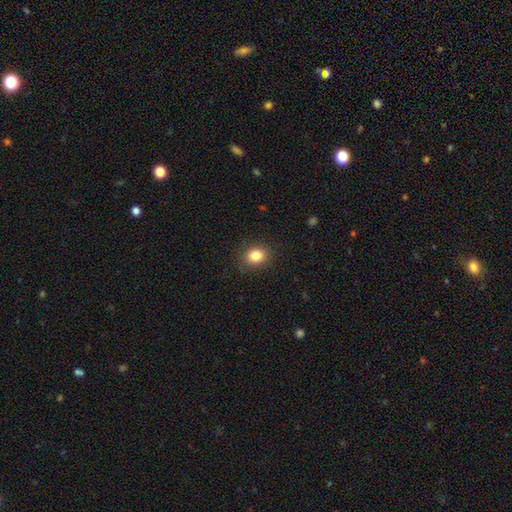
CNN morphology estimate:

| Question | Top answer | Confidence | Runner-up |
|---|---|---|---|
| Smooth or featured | smooth | 84% | star or artifact (10%) |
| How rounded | round | 63% | in between (37%) |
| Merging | none | 86% | minor disturbance (10%) |